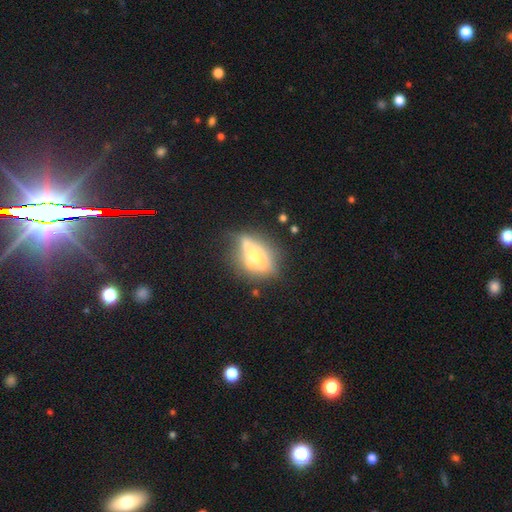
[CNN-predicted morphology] Smooth or featured? featured or disk (54%)
Edge-on disk? yes (59%)
Merging? none (51%)